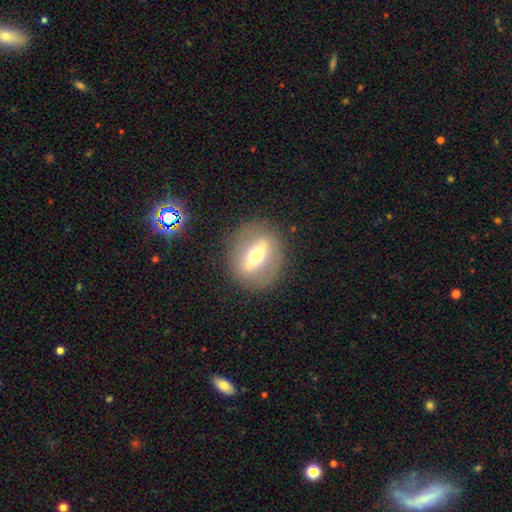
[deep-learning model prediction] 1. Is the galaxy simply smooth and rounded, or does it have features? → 58% featured or disk, 33% smooth, 8% star or artifact.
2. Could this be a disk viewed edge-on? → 62% no, 38% yes.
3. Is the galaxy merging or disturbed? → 86% none, 9% minor disturbance, 4% major disturbance, 1% merger.